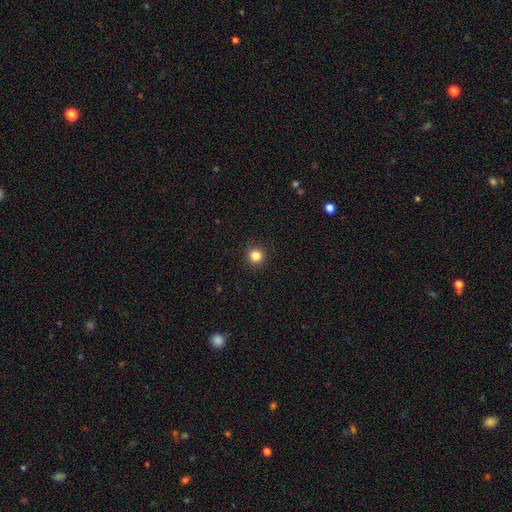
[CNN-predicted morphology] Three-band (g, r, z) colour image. It shows a smooth galaxy with no disk features (84%) that is round (95%). Merging: none (92%).